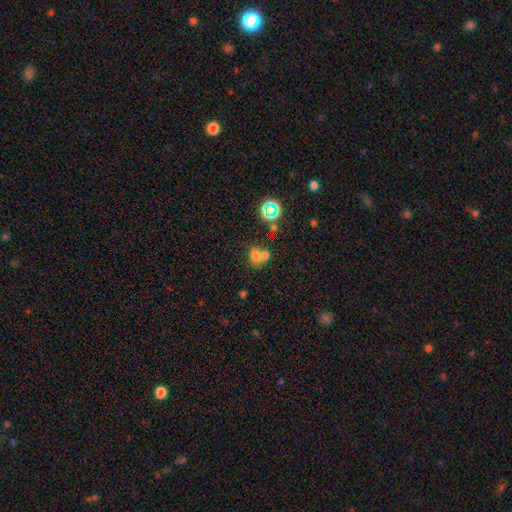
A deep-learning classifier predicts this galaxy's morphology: A smooth galaxy with no disk features (64%) that is round (53%). Merging: merger (56%).